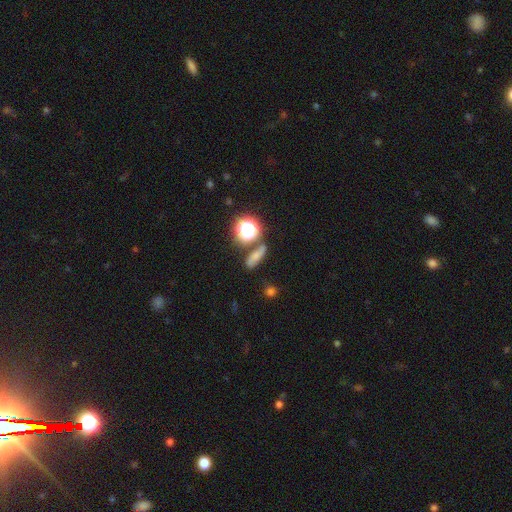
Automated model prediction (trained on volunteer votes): Smooth or featured?
  - smooth: 56% *
  - star or artifact: 25%
  - featured or disk: 19%
How rounded?
  - in between: 40% *
  - round: 30%
  - cigar-shaped: 30%
Merging?
  - none: 63% *
  - minor disturbance: 16%
  - merger: 13%
  - major disturbance: 7%